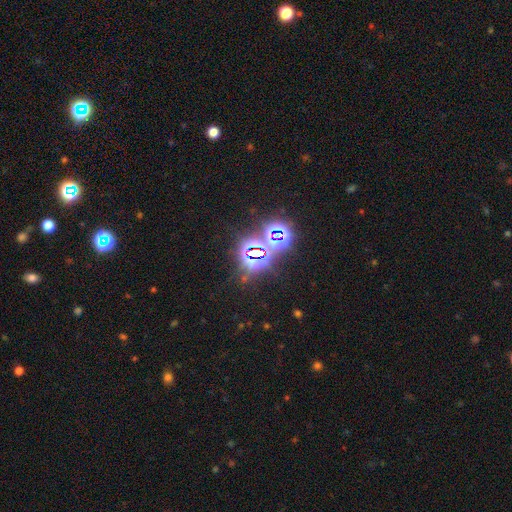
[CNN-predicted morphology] This appears to be a star or artifact, not a galaxy (77%).